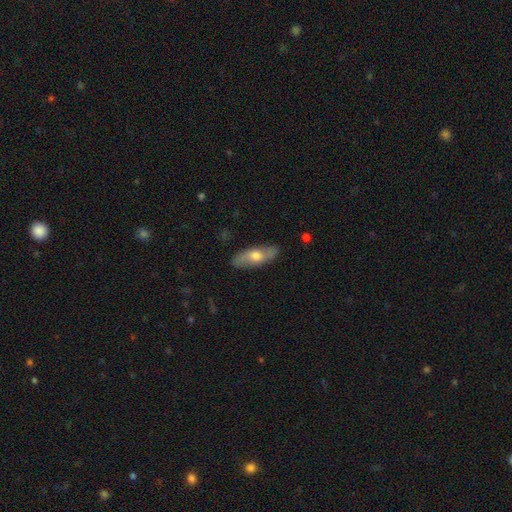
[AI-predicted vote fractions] smooth-or-featured: smooth: 49% | featured or disk: 45% | star or artifact: 6%
  merging: none: 85% | minor disturbance: 12% | major disturbance: 2% | merger: 1%